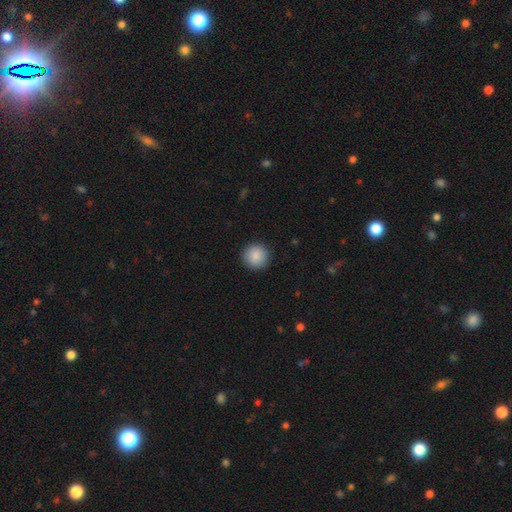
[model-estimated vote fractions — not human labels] This appears to be a smooth galaxy with no disk features (89%) that is round (95%). Merging: none (92%).